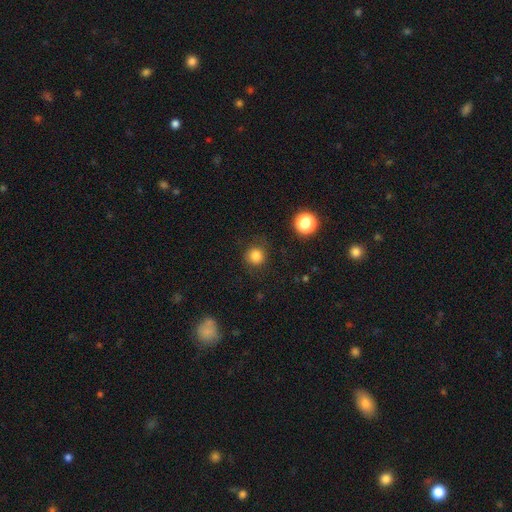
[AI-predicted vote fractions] A smooth galaxy with no disk features (82%) that is round (93%).

Vote fractions:
- Smooth or featured? smooth: 82% / star or artifact: 13% / featured or disk: 4%
- How rounded? round: 93% / in between: 6% / cigar-shaped: 1%
- Merging? none: 85% / minor disturbance: 10% / major disturbance: 4% / merger: 1%